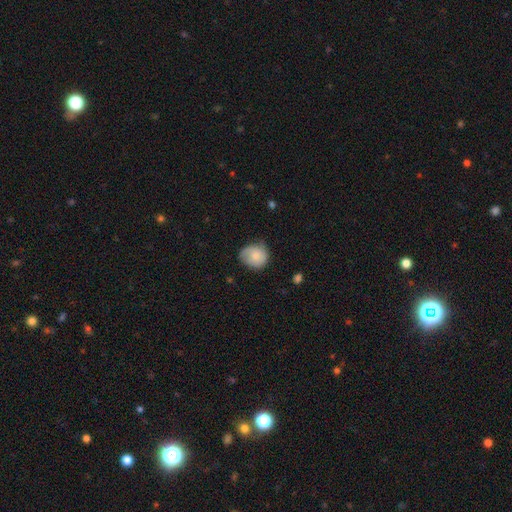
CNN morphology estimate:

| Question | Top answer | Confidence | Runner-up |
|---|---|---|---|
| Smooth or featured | smooth | 71% | featured or disk (21%) |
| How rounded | round | 75% | in between (24%) |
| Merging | none | 58% | minor disturbance (33%) |